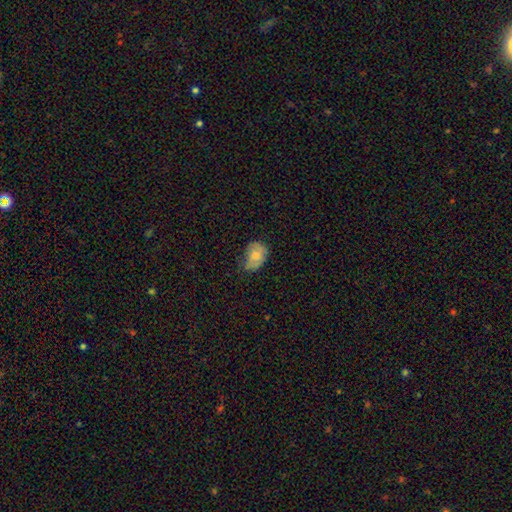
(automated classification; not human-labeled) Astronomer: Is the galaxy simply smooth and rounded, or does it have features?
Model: smooth — 73%.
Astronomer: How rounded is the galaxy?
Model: in between — 74%.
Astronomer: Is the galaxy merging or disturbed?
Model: minor disturbance — 42% (runner-up: none, 41%).